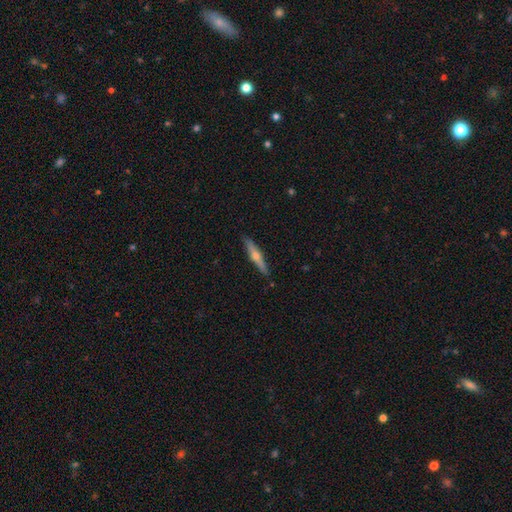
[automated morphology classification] smooth_or_featured: featured or disk (p=0.62) [alt: smooth p=0.32]
disk_edge_on: yes (p=0.96) [alt: no p=0.04]
edge_on_bulge: rounded (p=0.89) [alt: none p=0.08]
merging: none (p=0.90) [alt: minor disturbance p=0.07]